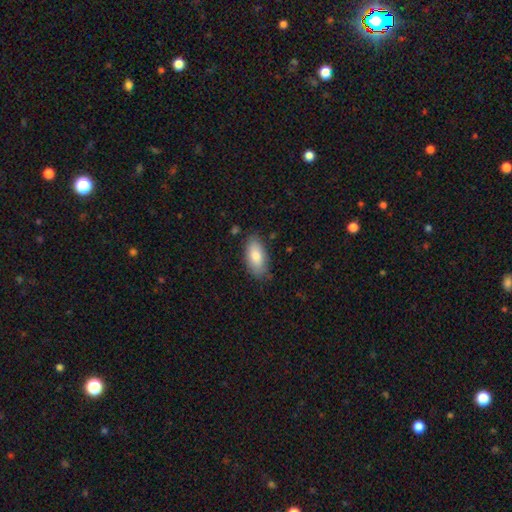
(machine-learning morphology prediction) Smooth or featured? smooth (84%)
How rounded? in between (91%)
Merging? none (81%)